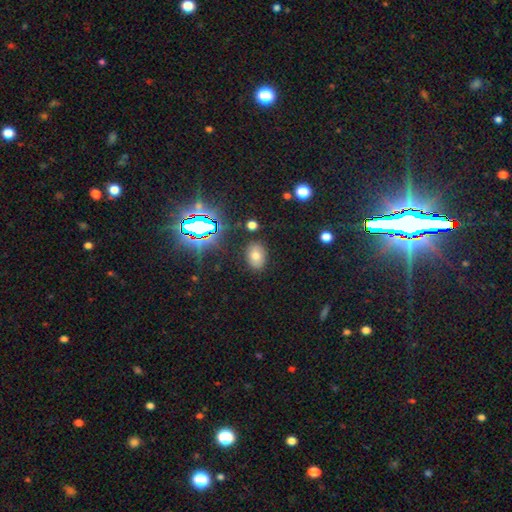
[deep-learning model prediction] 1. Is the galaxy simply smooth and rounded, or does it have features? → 67% smooth, 22% star or artifact, 11% featured or disk.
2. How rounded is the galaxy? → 81% in between, 18% round, 1% cigar-shaped.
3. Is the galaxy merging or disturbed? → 85% none, 10% minor disturbance, 3% major disturbance, 2% merger.